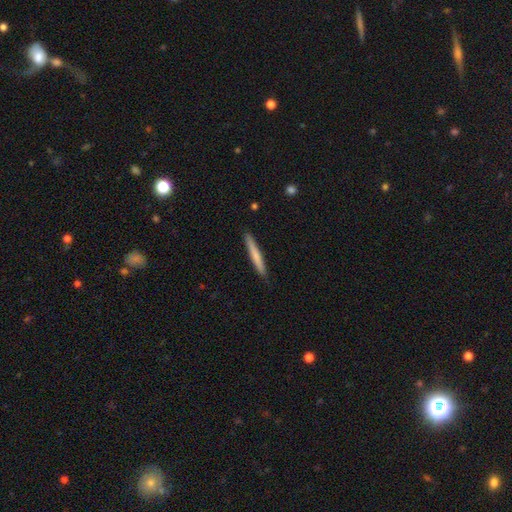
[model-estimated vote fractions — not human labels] Overall: smooth (67%; featured or disk 28%). How rounded: cigar-shaped (96%). Merging: none (90%).